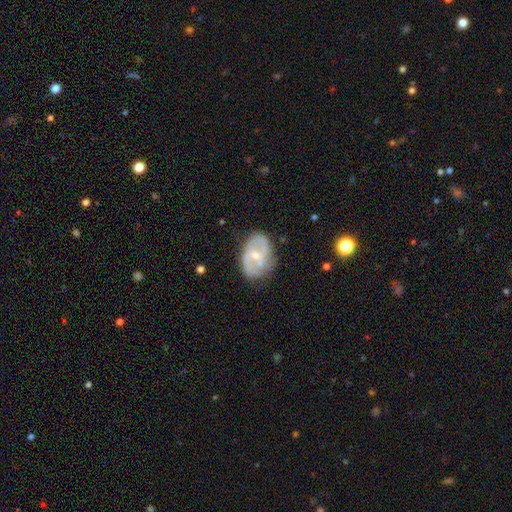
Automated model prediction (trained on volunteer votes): A featured or disk galaxy (70%) with a weak bar (45%), spiral arms (73%) and a small central bulge (58%).

Vote fractions:
- Smooth or featured? featured or disk: 70% / smooth: 24% / star or artifact: 6%
- Edge-on disk? no: 96% / yes: 4%
- Bar? weak: 45% / no: 39% / strong: 16%
- Spiral arms? yes: 73% / no: 27%
- Bulge size? small: 58% / moderate: 38% / none: 2% / large: 1% / dominant: 1%
- Merging? none: 66% / minor disturbance: 21% / major disturbance: 8% / merger: 5%